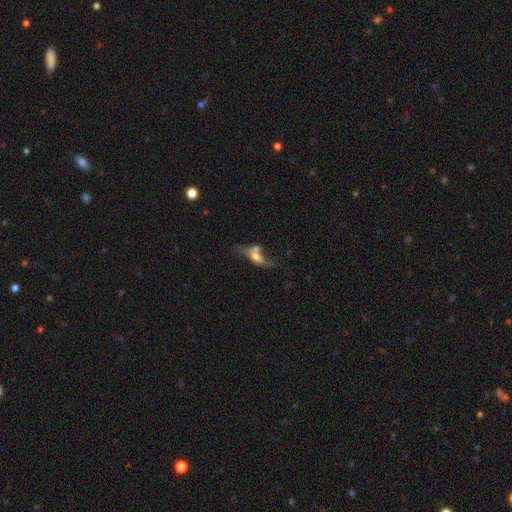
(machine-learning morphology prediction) The model was most divided on "merging": merger: 38%, none: 28%, major disturbance: 20%, minor disturbance: 15%. More confident: edge-on disk — no (61%); smooth or featured — featured or disk (50%).